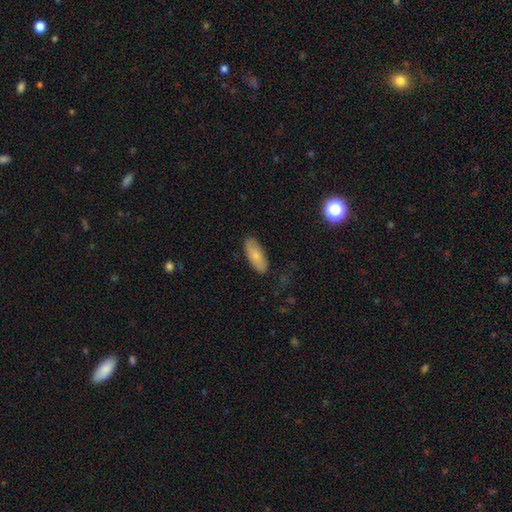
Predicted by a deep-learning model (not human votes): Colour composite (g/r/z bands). It shows a smooth galaxy with no disk features (77%) that is in between round and cigar-shaped (77%). Merging: none (84%).